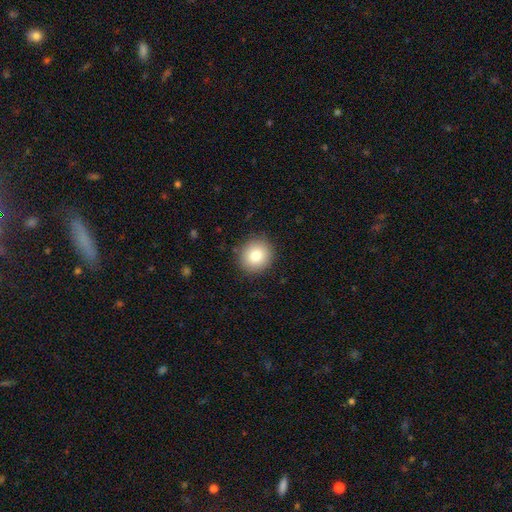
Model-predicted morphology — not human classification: smooth 81%, star or artifact 9%, featured or disk 9%. Down the decision tree: how rounded — round (87%); merging — none (89%).